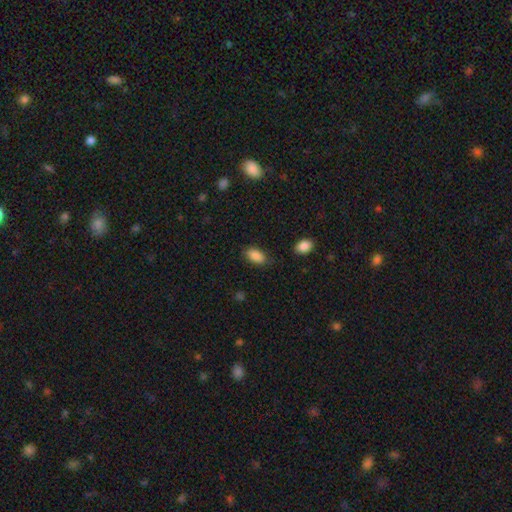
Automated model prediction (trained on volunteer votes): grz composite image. It shows a smooth galaxy with no disk features (88%) that is in between round and cigar-shaped (92%). Merging: none (81%).